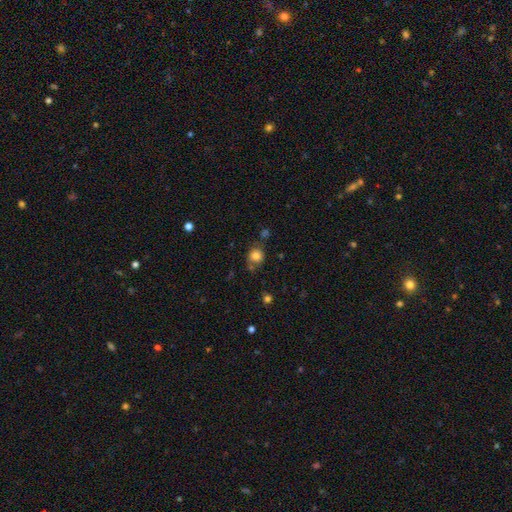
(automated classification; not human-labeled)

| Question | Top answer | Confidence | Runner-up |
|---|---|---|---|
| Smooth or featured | smooth | 81% | star or artifact (12%) |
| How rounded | round | 85% | in between (15%) |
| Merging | none | 73% | minor disturbance (14%) |